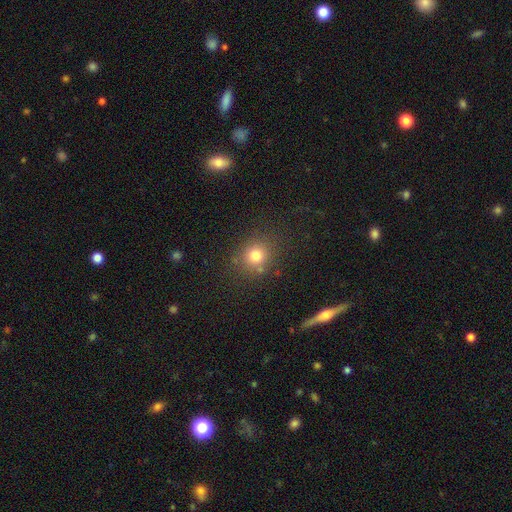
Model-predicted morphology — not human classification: smooth-or-featured: smooth: 77% | star or artifact: 15% | featured or disk: 8%
  how-rounded: round: 77% | in between: 22% | cigar-shaped: 1%
  merging: none: 80% | minor disturbance: 11% | merger: 5% | major disturbance: 4%